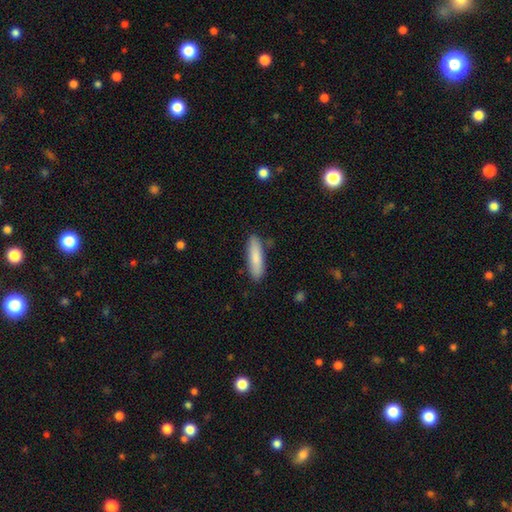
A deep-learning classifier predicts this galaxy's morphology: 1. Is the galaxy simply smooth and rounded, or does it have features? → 84% smooth, 11% featured or disk, 6% star or artifact.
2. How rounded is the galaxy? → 68% cigar-shaped, 31% in between, 1% round.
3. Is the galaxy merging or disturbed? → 86% none, 11% minor disturbance, 2% major disturbance, 2% merger.